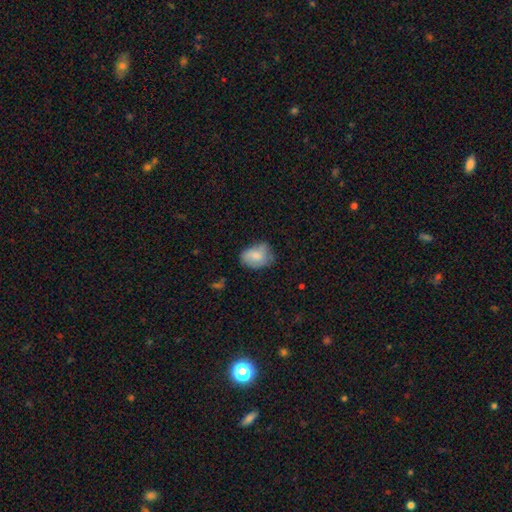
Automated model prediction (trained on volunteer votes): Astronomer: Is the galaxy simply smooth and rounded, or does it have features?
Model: smooth — 75%.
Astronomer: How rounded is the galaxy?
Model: in between — 72%.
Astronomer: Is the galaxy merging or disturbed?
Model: none — 50% (runner-up: minor disturbance, 35%).